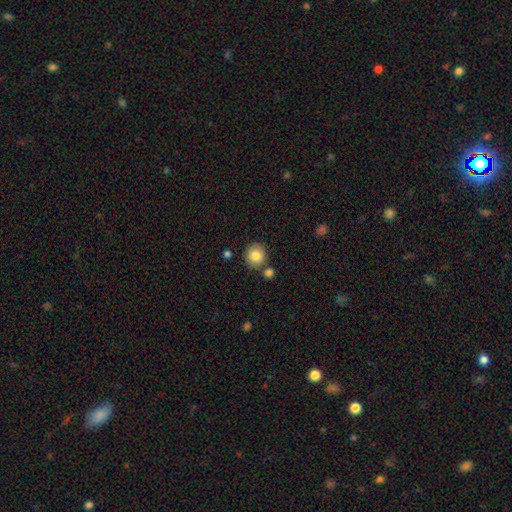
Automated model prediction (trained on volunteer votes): Morphology: type=smooth (84%); roundness=round (86%); merging=none (77%).